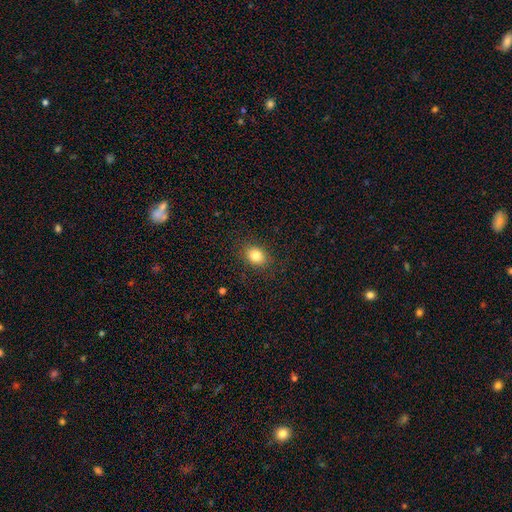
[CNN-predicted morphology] A smooth galaxy with no disk features (82%) that is in between round and cigar-shaped (59%).

Vote fractions:
- Smooth or featured? smooth: 82% / star or artifact: 10% / featured or disk: 7%
- How rounded? in between: 59% / round: 40% / cigar-shaped: 1%
- Merging? none: 87% / minor disturbance: 9% / major disturbance: 3% / merger: 1%